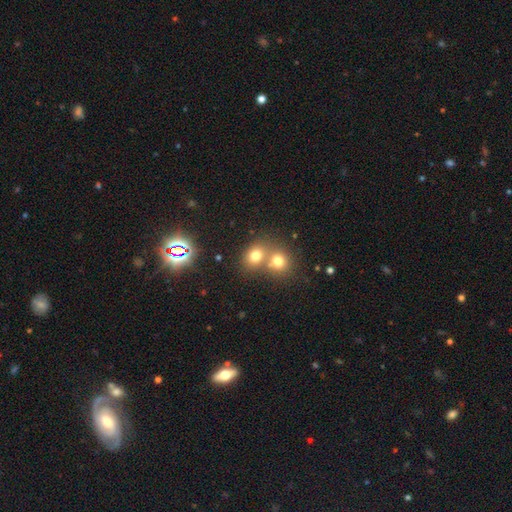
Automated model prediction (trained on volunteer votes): Smooth or featured? smooth (72%)
How rounded? round (64%)
Merging? merger (49%)